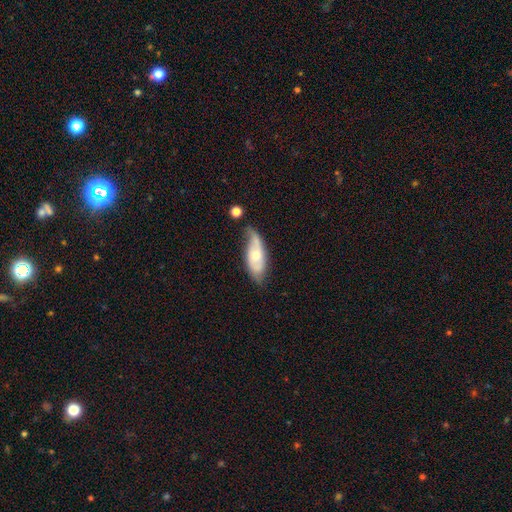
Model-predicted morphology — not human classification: Smooth or featured?
  - featured or disk: 55% *
  - smooth: 39%
  - star or artifact: 6%
Edge-on disk?
  - no: 84% *
  - yes: 16%
Merging?
  - none: 48% *
  - minor disturbance: 33%
  - major disturbance: 13%
  - merger: 6%